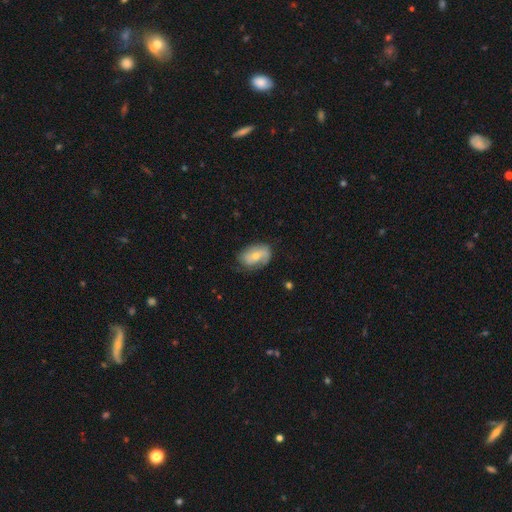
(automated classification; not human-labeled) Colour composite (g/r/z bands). It shows a featured or disk galaxy (50%). Merging: none (62%).